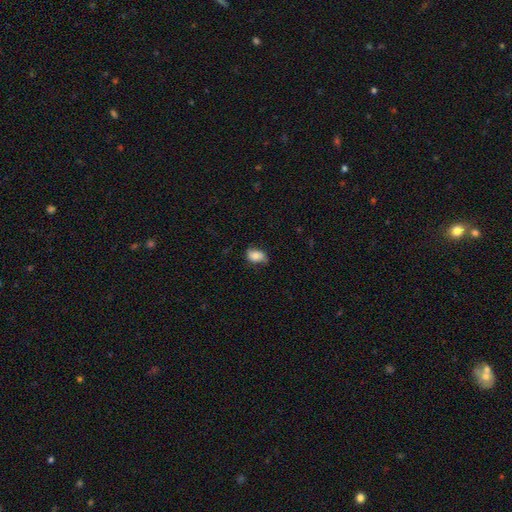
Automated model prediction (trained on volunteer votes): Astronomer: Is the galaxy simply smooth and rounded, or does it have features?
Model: smooth — 69%.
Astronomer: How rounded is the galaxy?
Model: in between — 86%.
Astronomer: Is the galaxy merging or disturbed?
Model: none — 64%.